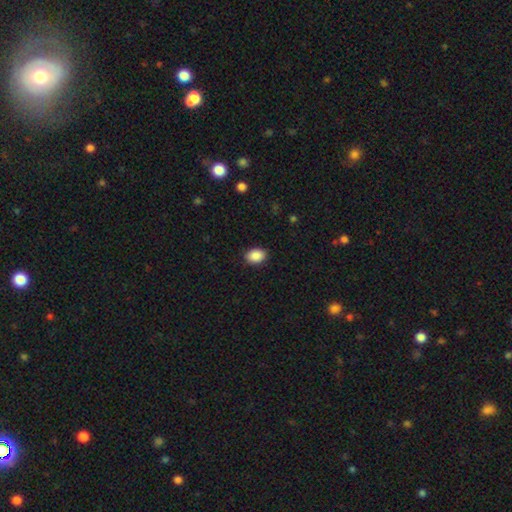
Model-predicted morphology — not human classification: A smooth galaxy with no disk features (89%) that is in between round and cigar-shaped (70%). Merging: none (89%).